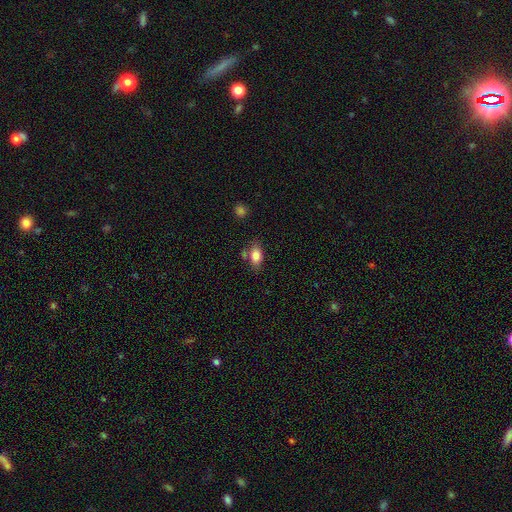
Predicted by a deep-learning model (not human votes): Overall: smooth (83%). How rounded: in between (88%). Merging: none (67%).